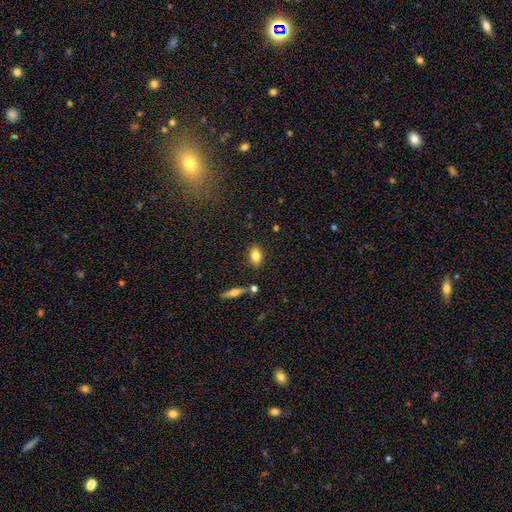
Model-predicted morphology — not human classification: A smooth galaxy with no disk features (81%) that is in between round and cigar-shaped (84%). Merging: none (84%).